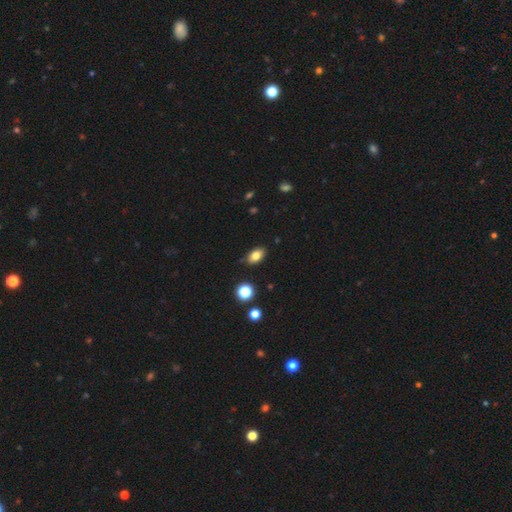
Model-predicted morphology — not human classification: Smooth or featured: smooth — 80% (star or artifact — 10%)
How rounded: in between — 88% (round — 10%)
Merging: none — 83% (minor disturbance — 12%)